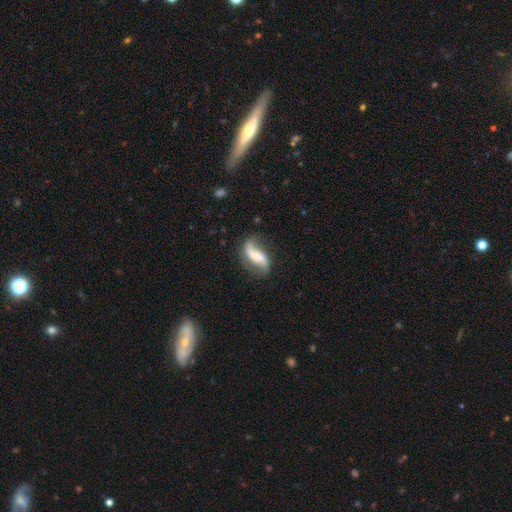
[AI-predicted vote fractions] Morphology: type=featured or disk (72%); edge-on=no (91%); bar=strong (41%); spiral arms=yes (90%); winding=loose (82%); arm count=2 (87%); bulge=small (38%); merging=none (64%).